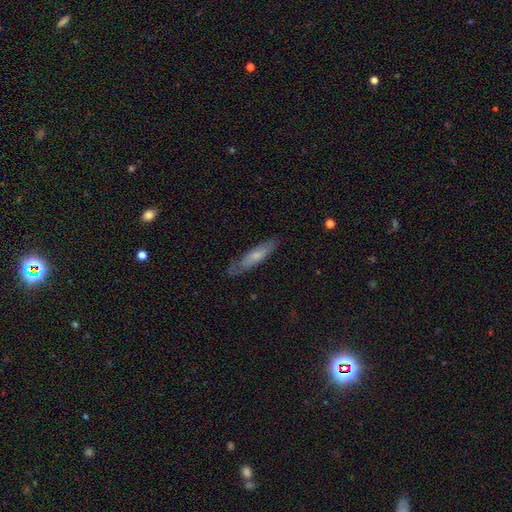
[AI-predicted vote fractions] Smooth or featured? smooth (60%)
How rounded? cigar-shaped (81%)
Merging? none (75%)